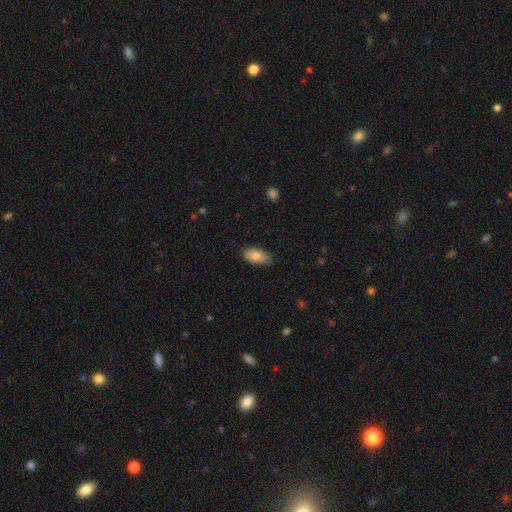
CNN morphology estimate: Smooth or featured?
  - smooth: 85% *
  - featured or disk: 8%
  - star or artifact: 7%
How rounded?
  - in between: 92% *
  - cigar-shaped: 6%
  - round: 3%
Merging?
  - none: 76% *
  - minor disturbance: 20%
  - major disturbance: 3%
  - merger: 1%